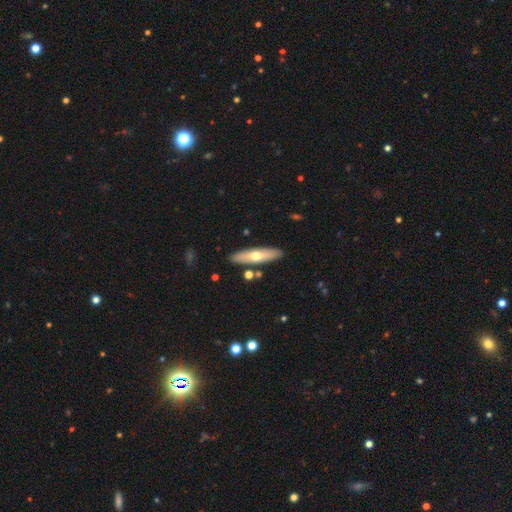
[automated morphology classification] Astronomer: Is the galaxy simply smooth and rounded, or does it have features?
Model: smooth — 53% (runner-up: featured or disk, 41%).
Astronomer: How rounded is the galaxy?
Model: cigar-shaped — 75%.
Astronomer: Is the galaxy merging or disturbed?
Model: none — 87%.